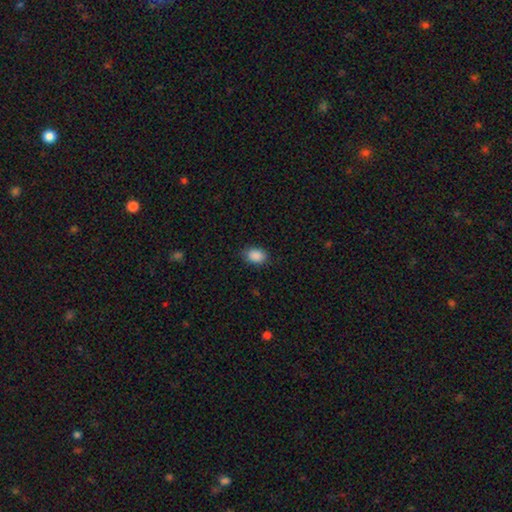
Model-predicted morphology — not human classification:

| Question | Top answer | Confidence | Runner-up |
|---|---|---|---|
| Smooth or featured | smooth | 89% | star or artifact (8%) |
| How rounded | in between | 74% | round (24%) |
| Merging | none | 85% | minor disturbance (12%) |